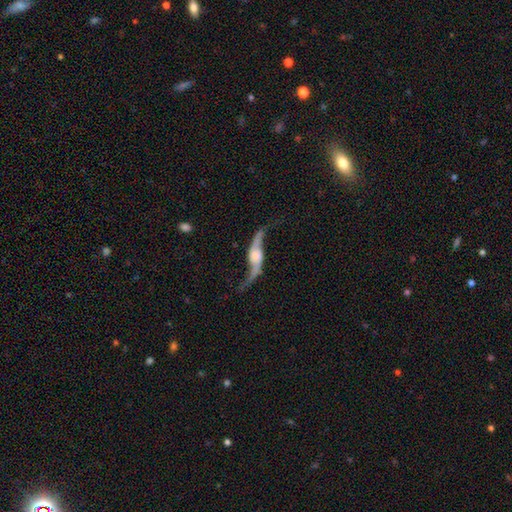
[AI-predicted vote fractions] Overall: featured or disk (88%). Edge-on disk: no (82%). Bar: no (52%; weak 31%). Spiral arms: yes (95%). Spiral arm count: 2 (94%). Spiral winding: loose (94%). Bulge size: none (37%; large 22%). Merging: none (68%).